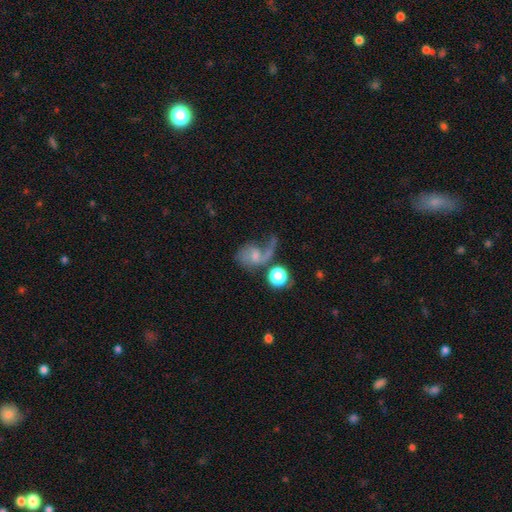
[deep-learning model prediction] smooth_or_featured: featured or disk (p=0.67) [alt: smooth p=0.22]
disk_edge_on: no (p=0.97) [alt: yes p=0.03]
bar: no (p=0.52) [alt: weak p=0.39]
has_spiral_arms: yes (p=0.89) [alt: no p=0.11]
spiral_winding: loose (p=0.62) [alt: medium p=0.29]
spiral_arm_count: 1 (p=0.48) [alt: 2 p=0.45]
bulge_size: small (p=0.44) [alt: moderate p=0.32]
merging: major disturbance (p=0.35) [alt: none p=0.33]